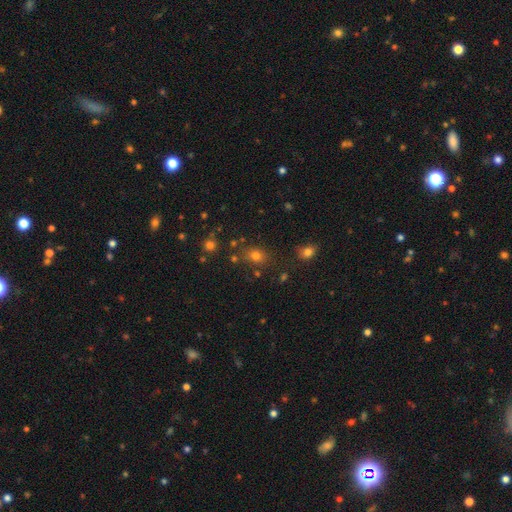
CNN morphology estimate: This is likely a smooth galaxy (73%). How rounded: possibly in between (52%). Merging: likely none (74%).